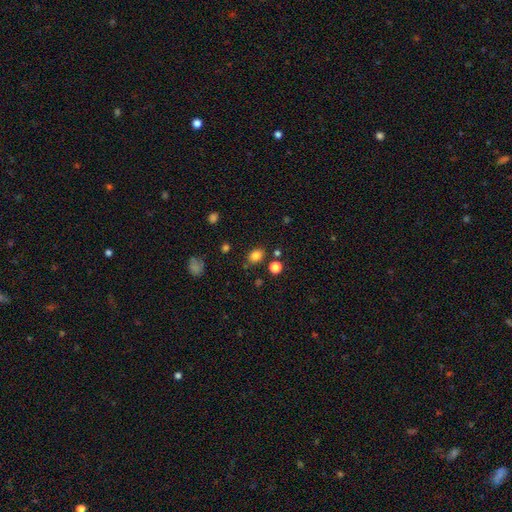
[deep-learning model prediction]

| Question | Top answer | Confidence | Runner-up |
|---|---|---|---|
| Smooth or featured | smooth | 82% | star or artifact (13%) |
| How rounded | in between | 60% | round (39%) |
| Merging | none | 80% | minor disturbance (11%) |